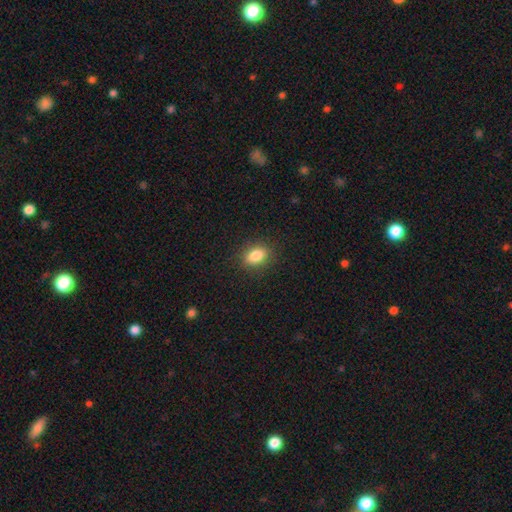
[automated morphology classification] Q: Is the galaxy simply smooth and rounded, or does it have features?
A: smooth — 85%.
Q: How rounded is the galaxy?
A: in between — 76%.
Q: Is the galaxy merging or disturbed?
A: none — 88%.